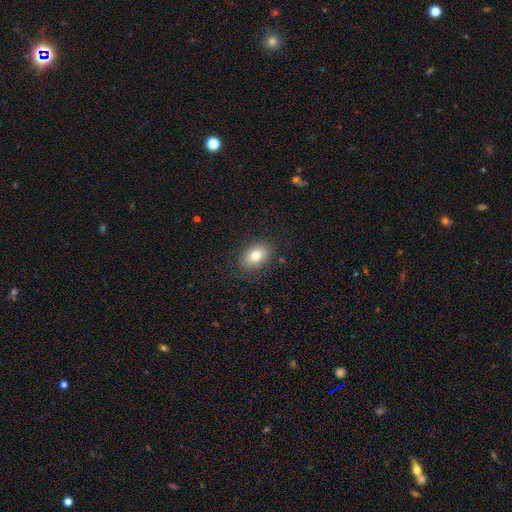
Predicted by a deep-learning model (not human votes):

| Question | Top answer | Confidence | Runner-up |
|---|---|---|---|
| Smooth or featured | smooth | 78% | featured or disk (13%) |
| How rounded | in between | 81% | round (18%) |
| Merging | none | 85% | minor disturbance (11%) |